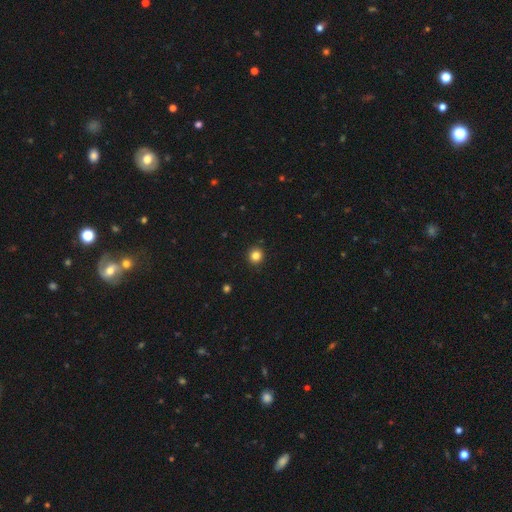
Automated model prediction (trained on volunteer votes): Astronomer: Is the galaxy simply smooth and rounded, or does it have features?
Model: smooth — 83%.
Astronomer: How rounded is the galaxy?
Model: round — 94%.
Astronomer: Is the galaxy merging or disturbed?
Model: none — 93%.